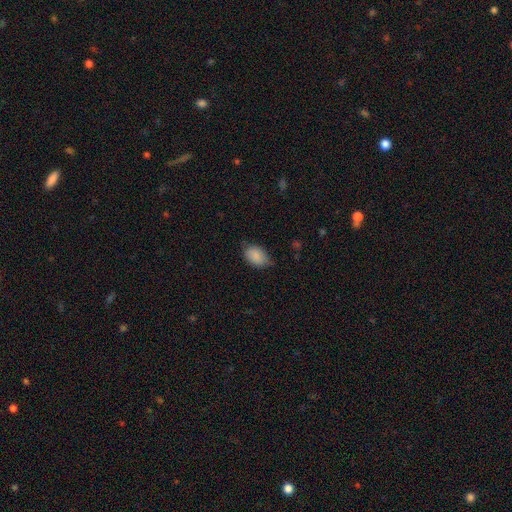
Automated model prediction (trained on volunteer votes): Overall: smooth (86%). How rounded: in between (83%). Merging: none (58%; minor disturbance 34%).